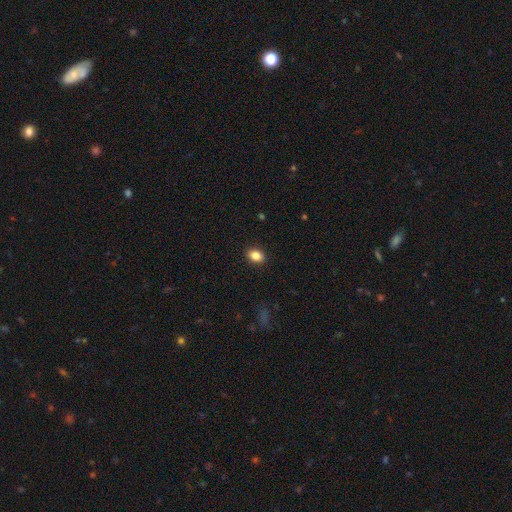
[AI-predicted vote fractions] smooth_or_featured: smooth (p=0.86) [alt: star or artifact p=0.09]
how_rounded: in between (p=0.73) [alt: round p=0.26]
merging: none (p=0.90) [alt: minor disturbance p=0.07]